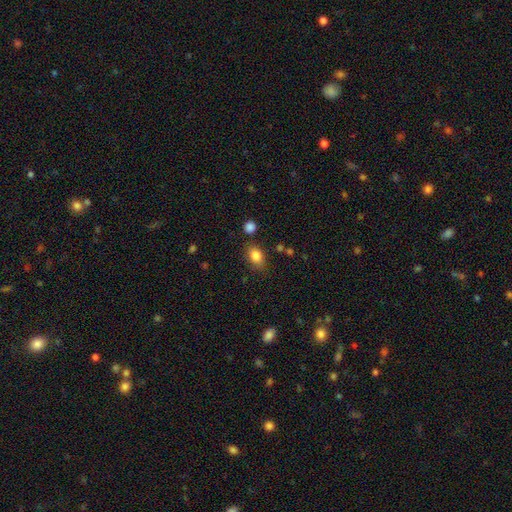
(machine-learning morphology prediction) This appears to be a smooth galaxy with no disk features (84%) that is in between round and cigar-shaped (78%). Merging: none (77%).